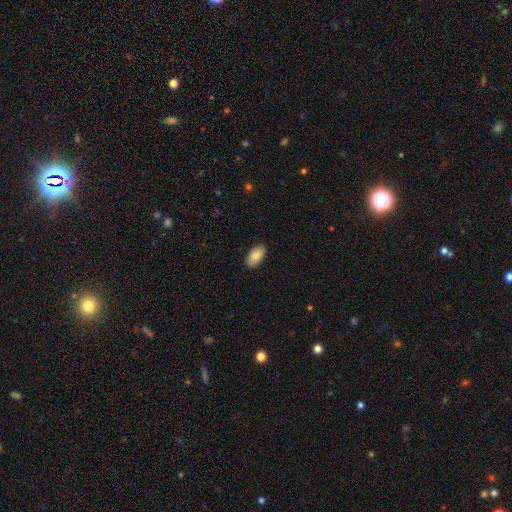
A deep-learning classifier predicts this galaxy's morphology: Overall: smooth (85%). How rounded: in between (95%). Merging: none (88%).